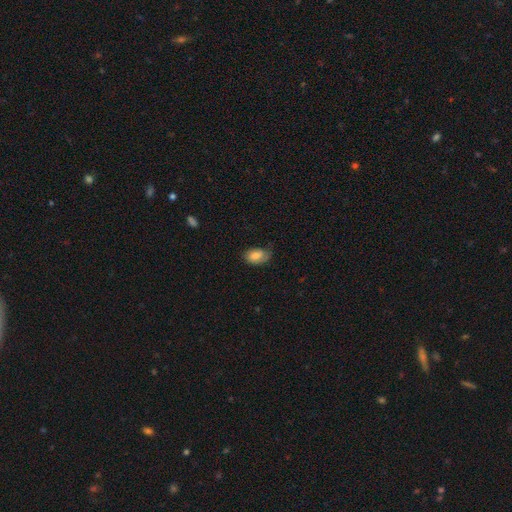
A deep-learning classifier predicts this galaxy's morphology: Overall: smooth (65%; featured or disk 27%). How rounded: in between (89%). Merging: none (57%; minor disturbance 30%).